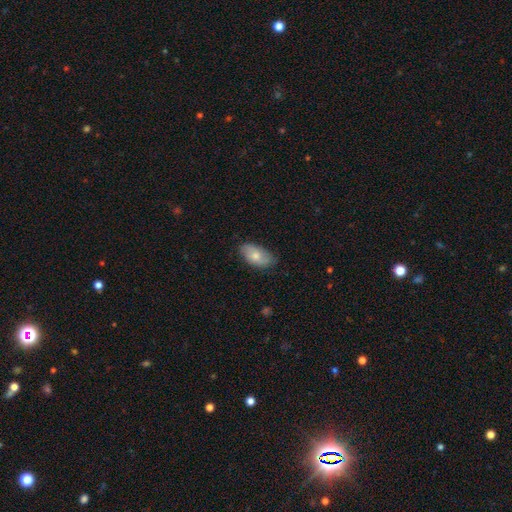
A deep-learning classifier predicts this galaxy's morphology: Smooth or featured?
  - smooth: 71% *
  - featured or disk: 22%
  - star or artifact: 6%
How rounded?
  - in between: 94% *
  - round: 4%
  - cigar-shaped: 3%
Merging?
  - none: 75% *
  - minor disturbance: 20%
  - major disturbance: 4%
  - merger: 1%